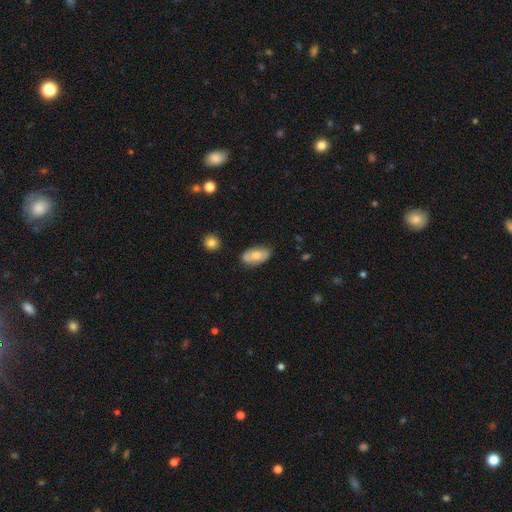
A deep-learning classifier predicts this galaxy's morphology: Overall: smooth (71%). How rounded: in between (93%). Merging: none (76%).